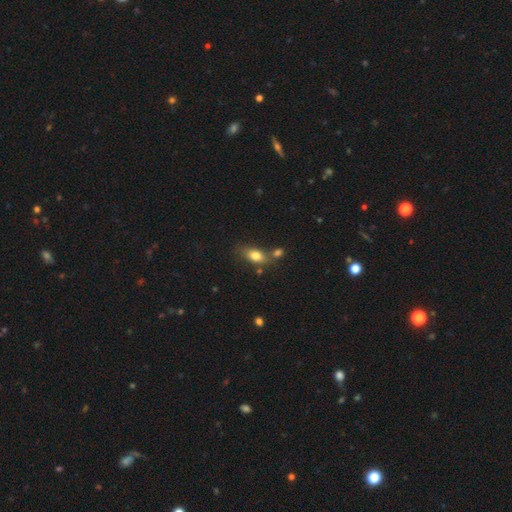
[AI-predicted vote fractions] Q: Smooth or featured?
A: smooth (78%); runner-up: featured or disk (13%)
Q: How rounded?
A: in between (80%); runner-up: round (11%)
Q: Merging?
A: none (55%); runner-up: merger (23%)